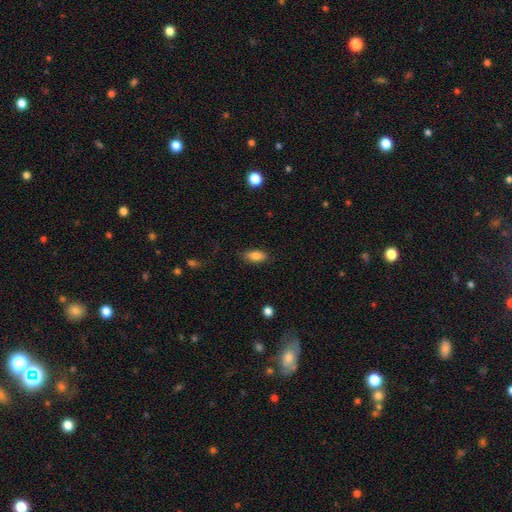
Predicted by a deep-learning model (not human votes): Smooth or featured? smooth (84%)
How rounded? in between (86%)
Merging? none (85%)